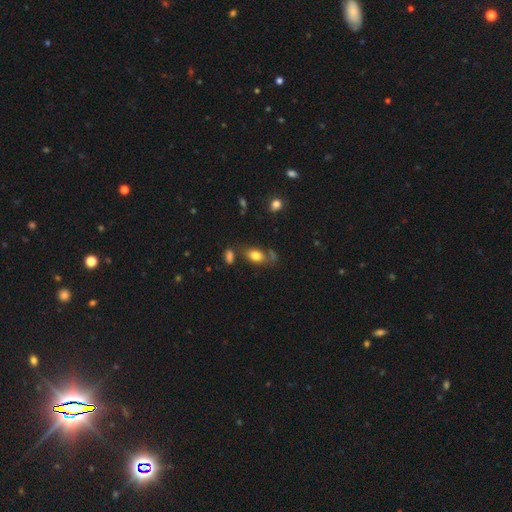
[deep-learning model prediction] smooth-or-featured: smooth: 77% | featured or disk: 14% | star or artifact: 9%
  how-rounded: in between: 88% | round: 8% | cigar-shaped: 4%
  merging: none: 64% | minor disturbance: 18% | merger: 12% | major disturbance: 6%